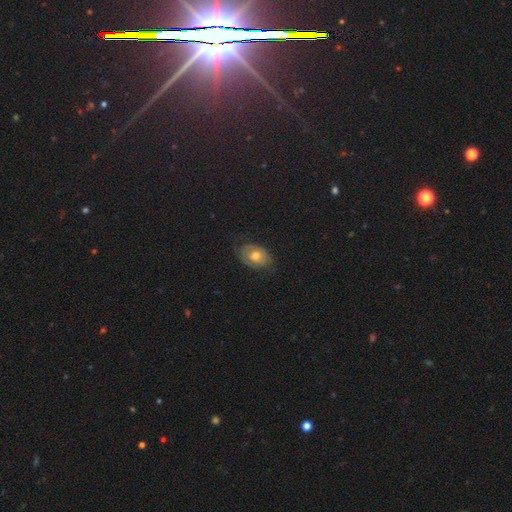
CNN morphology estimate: smooth 51%, featured or disk 40%, star or artifact 9%. Down the decision tree: how rounded — in between (79%); merging — none (66%).